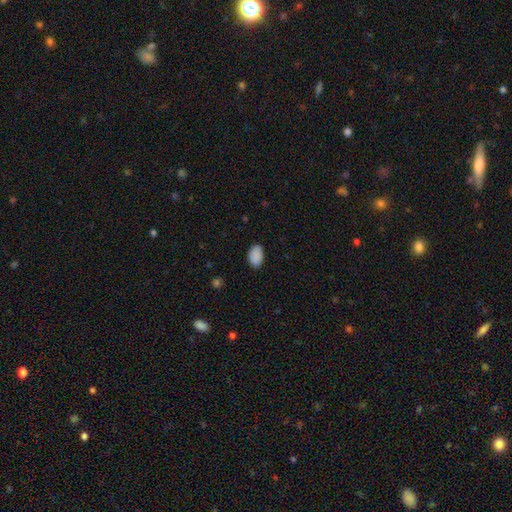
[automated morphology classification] This is clearly a smooth galaxy (90%). How rounded: clearly in between (92%). Merging: clearly none (86%).